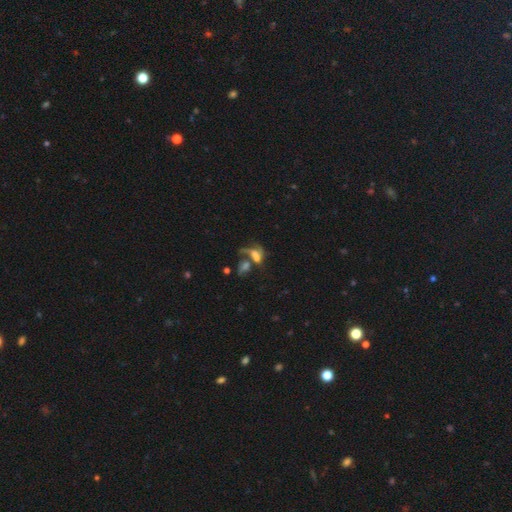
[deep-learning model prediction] The model was most divided on "smooth or featured": featured or disk: 44%, smooth: 40%, star or artifact: 16%. More confident: merging — merger (54%).